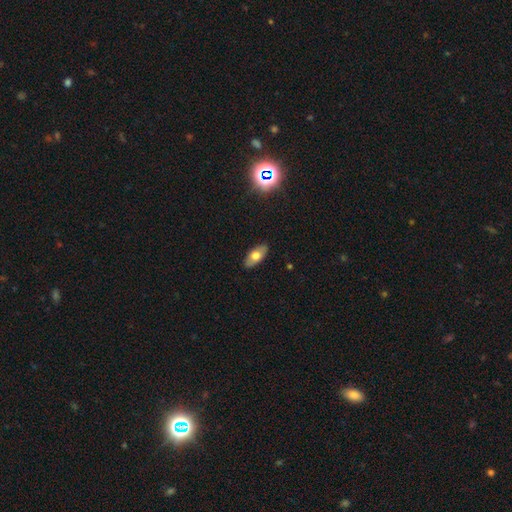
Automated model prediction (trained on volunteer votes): The model was most divided on "smooth or featured": smooth: 67%, featured or disk: 25%, star or artifact: 8%. More confident: merging — none (87%); how rounded — in between (87%).